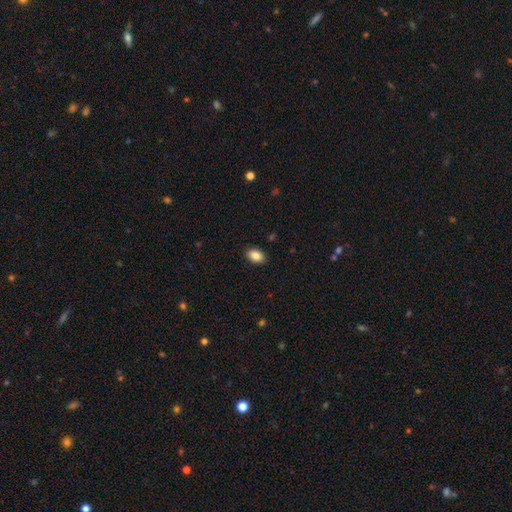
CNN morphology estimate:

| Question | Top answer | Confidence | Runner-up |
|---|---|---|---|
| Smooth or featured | smooth | 86% | star or artifact (8%) |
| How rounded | in between | 83% | round (16%) |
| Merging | none | 90% | minor disturbance (7%) |